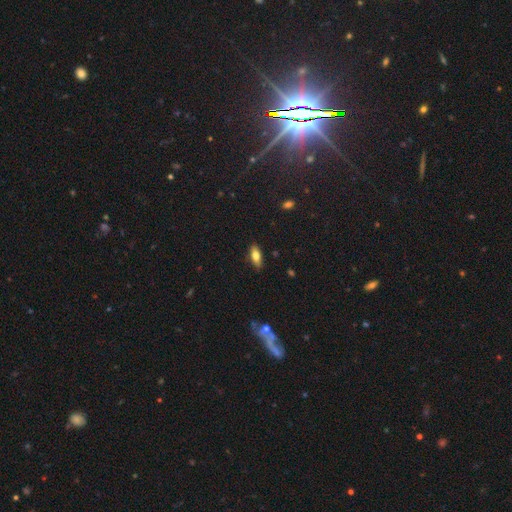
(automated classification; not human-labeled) smooth-or-featured: smooth: 73% | featured or disk: 19% | star or artifact: 8%
  how-rounded: in between: 78% | cigar-shaped: 19% | round: 3%
  merging: none: 86% | minor disturbance: 11% | major disturbance: 2% | merger: 1%